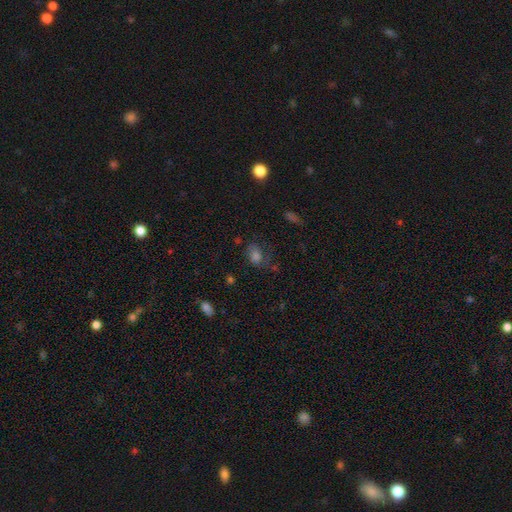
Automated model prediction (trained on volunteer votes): Smooth or featured? smooth (60%)
How rounded? in between (64%)
Merging? none (52%)